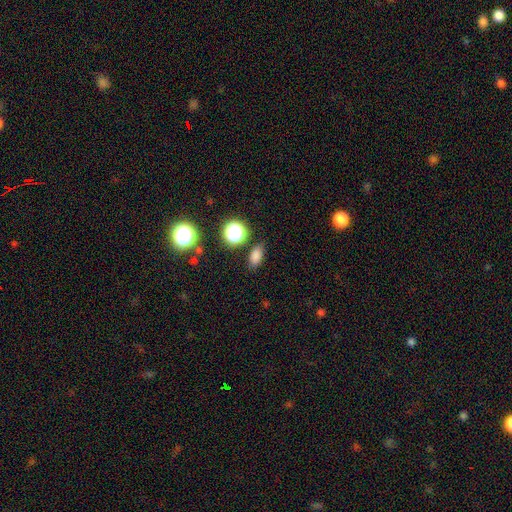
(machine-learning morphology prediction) Q: Smooth or featured?
A: smooth (79%); runner-up: star or artifact (16%)
Q: How rounded?
A: in between (81%); runner-up: round (15%)
Q: Merging?
A: none (83%); runner-up: minor disturbance (11%)